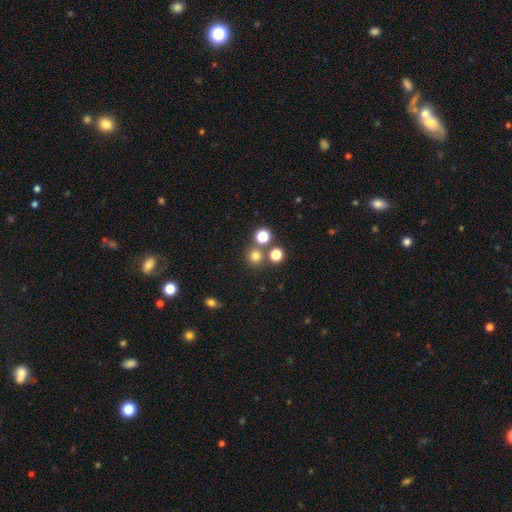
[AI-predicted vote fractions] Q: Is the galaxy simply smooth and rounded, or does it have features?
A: smooth — 74%.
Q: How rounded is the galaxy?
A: round — 92%.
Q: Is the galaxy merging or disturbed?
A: none — 74%.